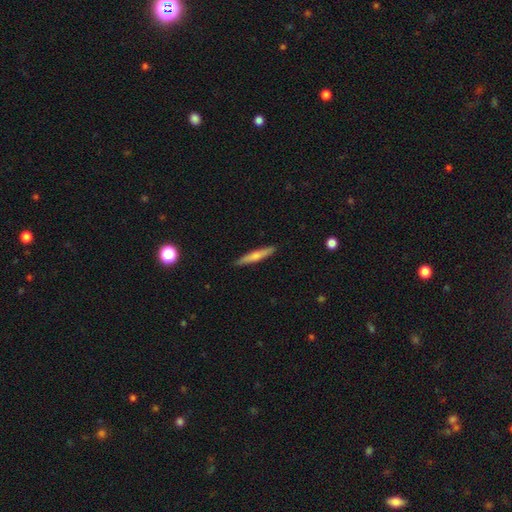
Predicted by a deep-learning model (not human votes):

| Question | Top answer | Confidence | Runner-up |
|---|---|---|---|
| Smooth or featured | smooth | 64% | featured or disk (31%) |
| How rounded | cigar-shaped | 93% | in between (6%) |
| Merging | none | 90% | minor disturbance (8%) |